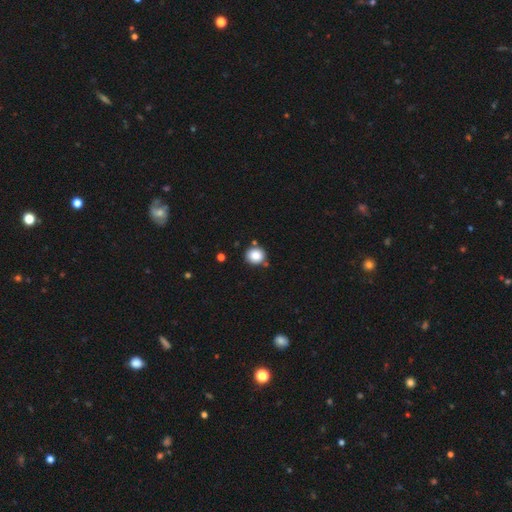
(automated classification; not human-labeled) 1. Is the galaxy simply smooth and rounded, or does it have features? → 85% smooth, 10% star or artifact, 5% featured or disk.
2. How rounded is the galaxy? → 88% round, 11% in between, 1% cigar-shaped.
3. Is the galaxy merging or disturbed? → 80% none, 11% minor disturbance, 7% merger, 3% major disturbance.